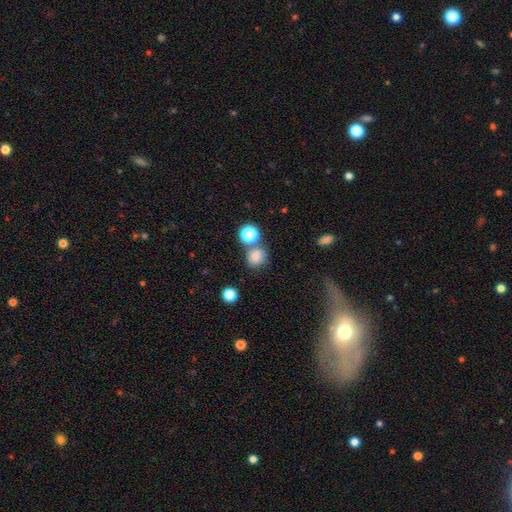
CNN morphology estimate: smooth-or-featured: smooth: 78% | star or artifact: 15% | featured or disk: 7%
  how-rounded: round: 72% | in between: 27% | cigar-shaped: 1%
  merging: none: 63% | merger: 20% | minor disturbance: 12% | major disturbance: 5%